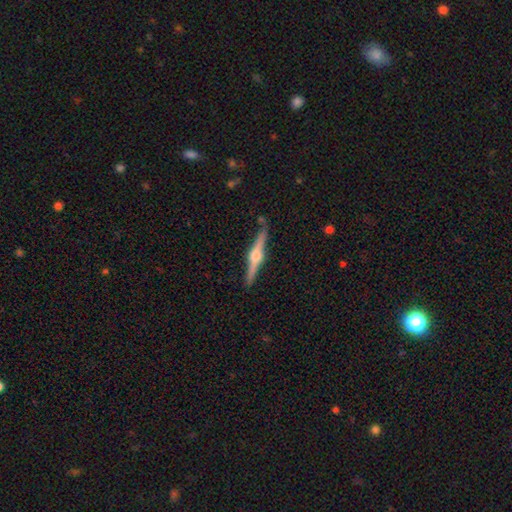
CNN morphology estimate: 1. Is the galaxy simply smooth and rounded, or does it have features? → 82% featured or disk, 13% smooth, 5% star or artifact.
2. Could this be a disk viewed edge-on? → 98% yes, 2% no.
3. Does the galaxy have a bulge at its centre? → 95% rounded, 4% boxy, 2% none.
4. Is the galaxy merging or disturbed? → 89% none, 8% minor disturbance, 2% merger, 2% major disturbance.